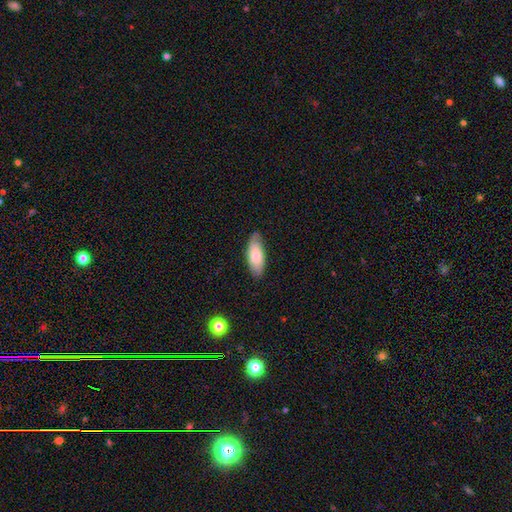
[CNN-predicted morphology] The model was most divided on "smooth or featured": smooth: 72%, featured or disk: 22%, star or artifact: 6%. More confident: merging — none (80%); how rounded — in between (78%).